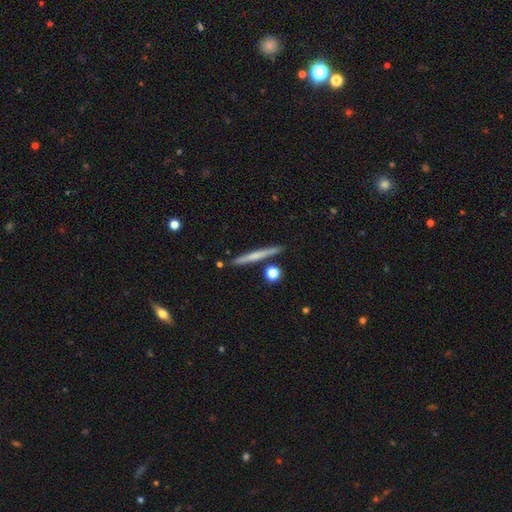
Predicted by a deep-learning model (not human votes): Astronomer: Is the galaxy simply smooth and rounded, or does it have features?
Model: smooth — 50% (runner-up: featured or disk, 43%).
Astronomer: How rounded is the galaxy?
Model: cigar-shaped — 95%.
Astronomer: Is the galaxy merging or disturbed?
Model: none — 87%.